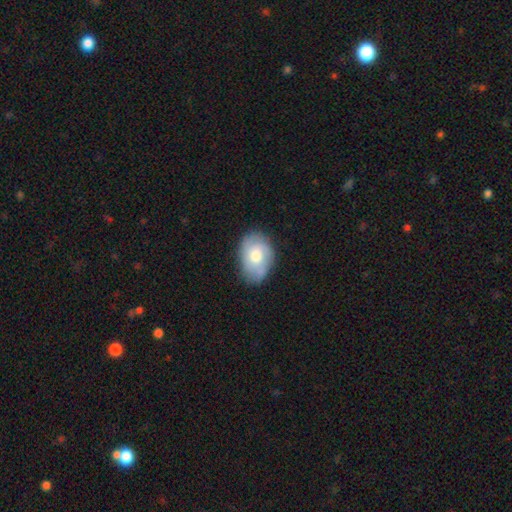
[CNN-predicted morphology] Smooth or featured? Predicted: smooth (p=0.56). How rounded? Predicted: in between (p=0.76). Merging? Predicted: none (p=0.70).